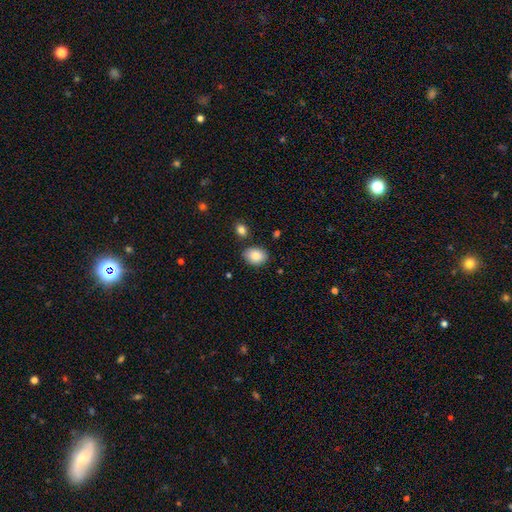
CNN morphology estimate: A smooth galaxy with no disk features (85%) that is in between round and cigar-shaped (68%).

Vote fractions:
- Smooth or featured? smooth: 85% / star or artifact: 8% / featured or disk: 7%
- How rounded? in between: 68% / round: 31% / cigar-shaped: 1%
- Merging? none: 81% / minor disturbance: 12% / merger: 4% / major disturbance: 3%